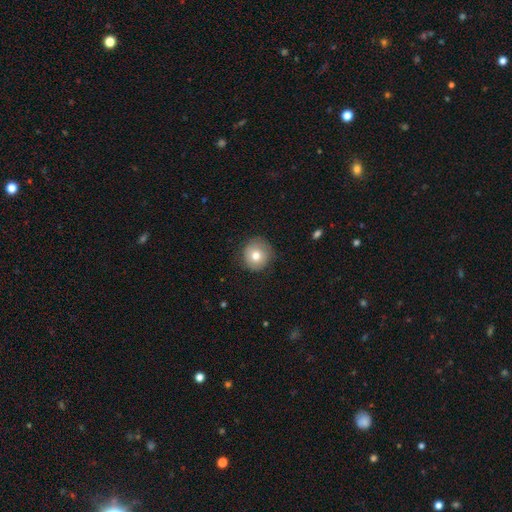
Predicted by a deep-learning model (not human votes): A smooth galaxy with no disk features (74%) that is round (92%). Merging: none (81%).